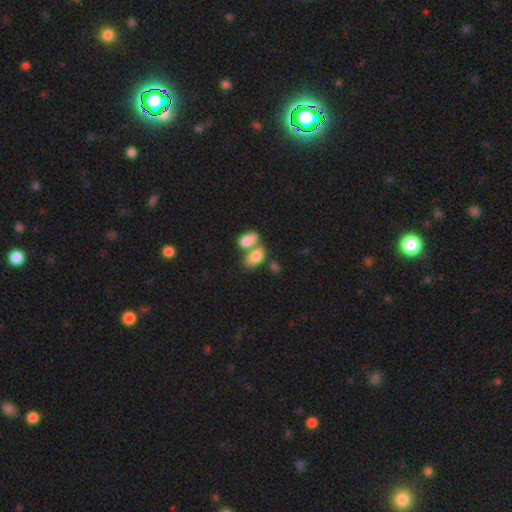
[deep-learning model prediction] Smooth or featured? smooth (81%)
How rounded? in between (90%)
Merging? merger (61%)